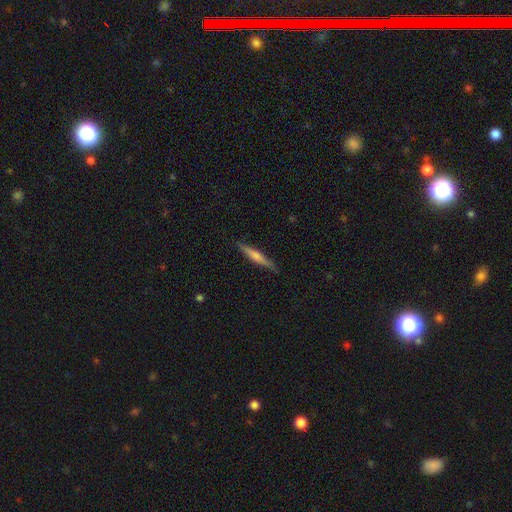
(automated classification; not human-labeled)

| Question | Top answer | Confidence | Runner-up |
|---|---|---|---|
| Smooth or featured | featured or disk | 48% | smooth (46%) |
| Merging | none | 89% | minor disturbance (8%) |